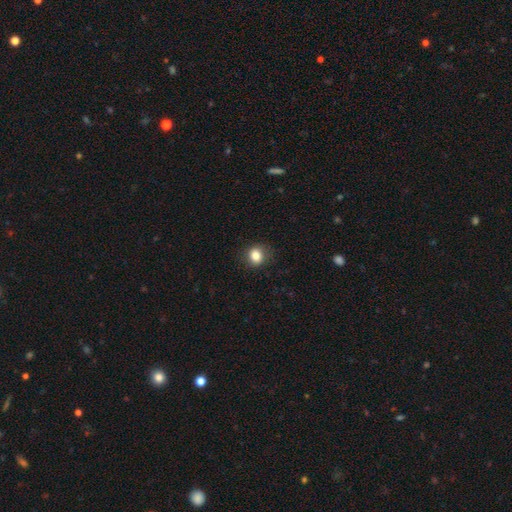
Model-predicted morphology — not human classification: Smooth or featured?
  - smooth: 84% *
  - star or artifact: 10%
  - featured or disk: 6%
How rounded?
  - round: 70% *
  - in between: 29%
  - cigar-shaped: 1%
Merging?
  - none: 85% *
  - minor disturbance: 11%
  - major disturbance: 3%
  - merger: 1%